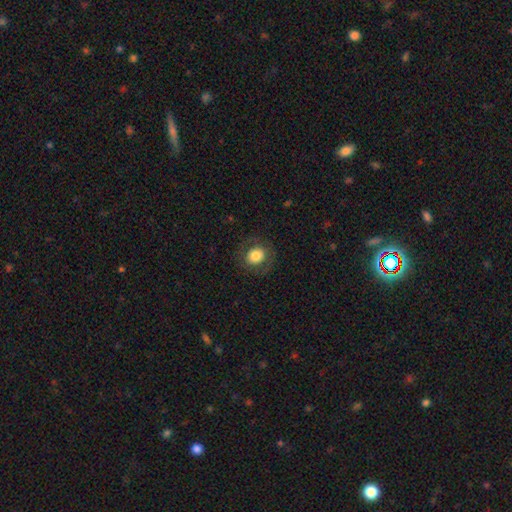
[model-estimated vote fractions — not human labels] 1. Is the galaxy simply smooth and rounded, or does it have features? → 76% smooth, 15% featured or disk, 9% star or artifact.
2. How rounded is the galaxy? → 77% round, 22% in between, 1% cigar-shaped.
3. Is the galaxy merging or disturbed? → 82% none, 11% minor disturbance, 6% major disturbance, 1% merger.